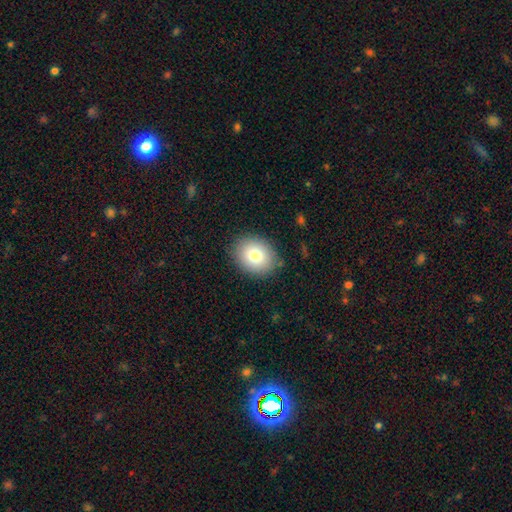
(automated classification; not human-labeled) Smooth or featured: smooth — 79% (featured or disk — 11%)
How rounded: round — 56% (in between — 43%)
Merging: none — 89% (minor disturbance — 8%)